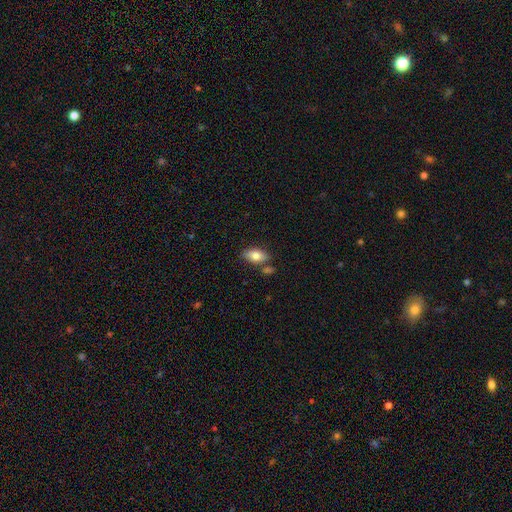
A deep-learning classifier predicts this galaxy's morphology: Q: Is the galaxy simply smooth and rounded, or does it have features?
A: smooth — 79%.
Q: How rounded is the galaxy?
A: in between — 88%.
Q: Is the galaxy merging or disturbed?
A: none — 72%.